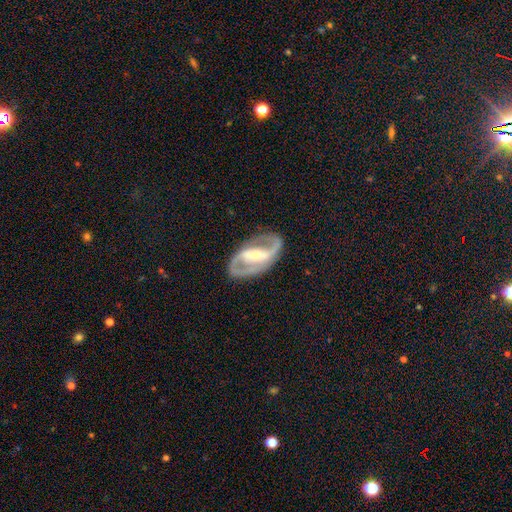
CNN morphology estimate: Smooth or featured? featured or disk (88%)
Edge-on disk? no (96%)
Bar? strong (65%)
Spiral arms? yes (91%)
Spiral winding? medium (53%)
Spiral arm count? 2 (91%)
Bulge size? moderate (46%)
Merging? none (84%)